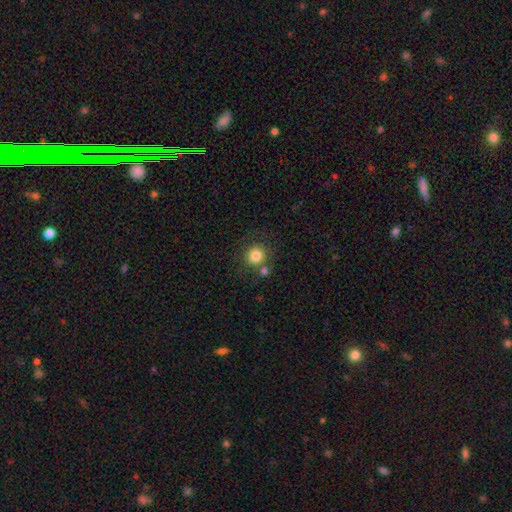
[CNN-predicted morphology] Overall: smooth (81%). How rounded: round (91%). Merging: none (73%).